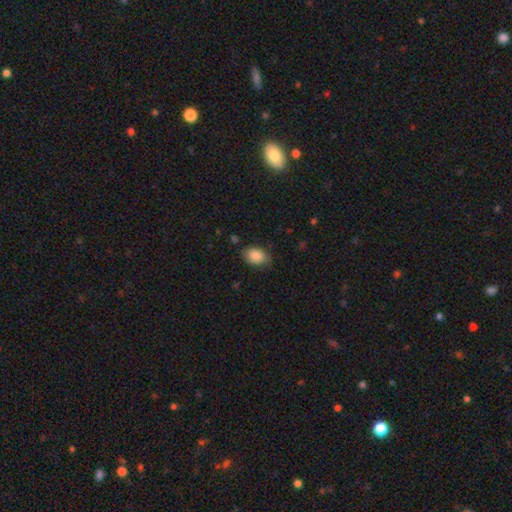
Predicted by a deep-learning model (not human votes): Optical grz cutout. It shows a smooth galaxy with no disk features (87%) that is in between round and cigar-shaped (81%). Merging: none (73%).